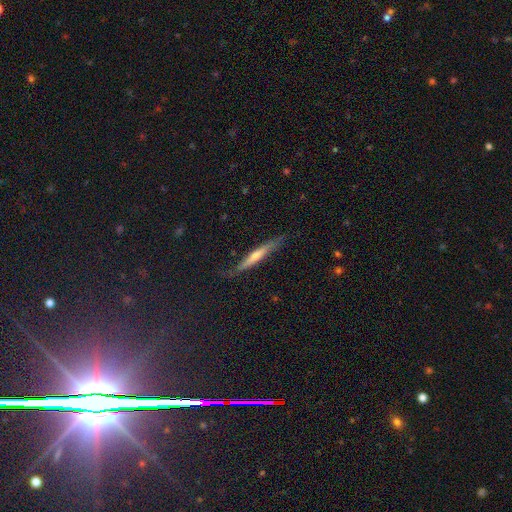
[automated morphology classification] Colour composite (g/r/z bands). It shows a featured or disk galaxy (55%) viewed edge-on (94%) with a rounded central bulge (63%). Merging: none (78%).